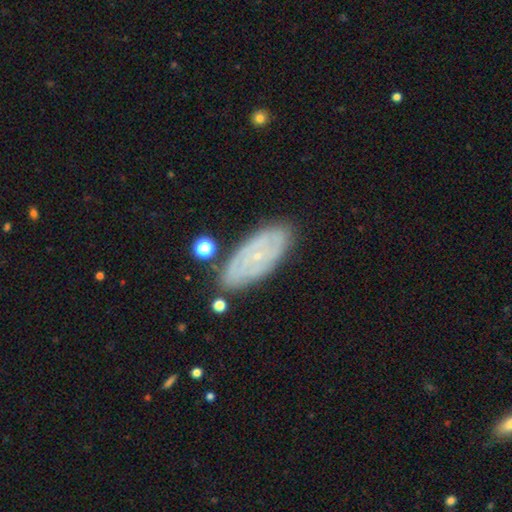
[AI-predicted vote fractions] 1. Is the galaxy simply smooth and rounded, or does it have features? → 67% featured or disk, 25% smooth, 8% star or artifact.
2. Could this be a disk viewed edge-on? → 90% no, 10% yes.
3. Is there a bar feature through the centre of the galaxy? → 77% no, 18% weak, 4% strong.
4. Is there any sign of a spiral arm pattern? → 77% yes, 23% no.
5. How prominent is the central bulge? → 85% small, 10% moderate, 3% none, 1% large, 1% dominant.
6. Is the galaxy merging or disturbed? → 78% none, 15% minor disturbance, 4% major disturbance, 3% merger.